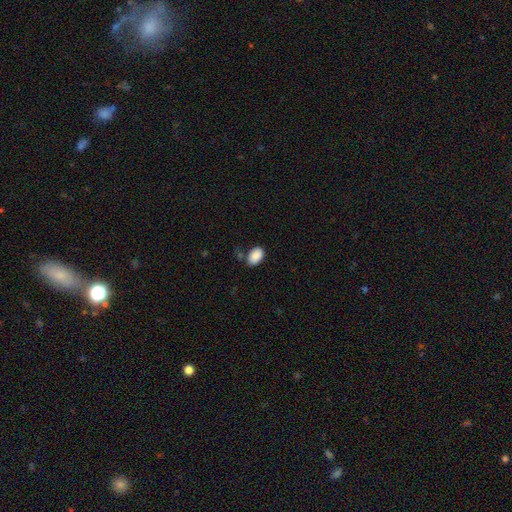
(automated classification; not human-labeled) This appears to be a smooth galaxy with no disk features (87%) that is in between round and cigar-shaped (90%). Merging: none (72%).